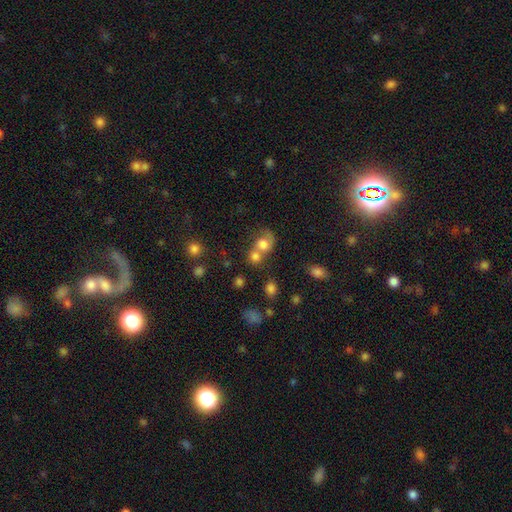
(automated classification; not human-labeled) Smooth or featured?
  - smooth: 70% *
  - featured or disk: 17%
  - star or artifact: 13%
How rounded?
  - round: 72% *
  - in between: 26%
  - cigar-shaped: 1%
Merging?
  - merger: 56% *
  - none: 29%
  - minor disturbance: 8%
  - major disturbance: 7%